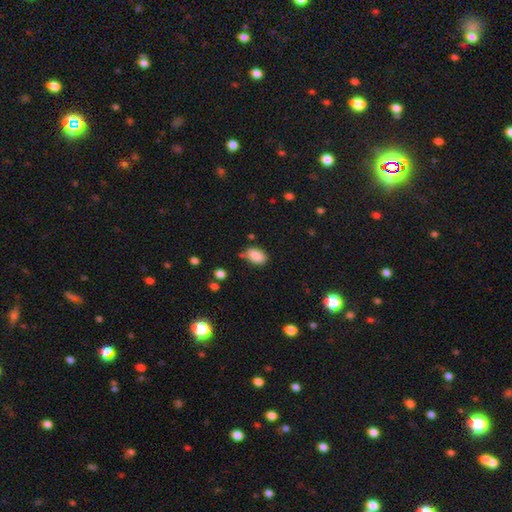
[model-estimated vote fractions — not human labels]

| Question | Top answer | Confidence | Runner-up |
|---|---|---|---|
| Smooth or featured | smooth | 88% | star or artifact (8%) |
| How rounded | in between | 88% | round (10%) |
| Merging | none | 71% | minor disturbance (21%) |